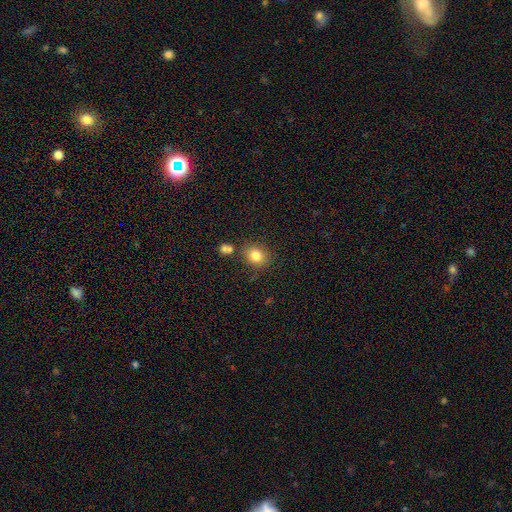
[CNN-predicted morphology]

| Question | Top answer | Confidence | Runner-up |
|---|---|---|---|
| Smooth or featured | smooth | 82% | star or artifact (11%) |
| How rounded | round | 62% | in between (37%) |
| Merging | none | 75% | minor disturbance (13%) |